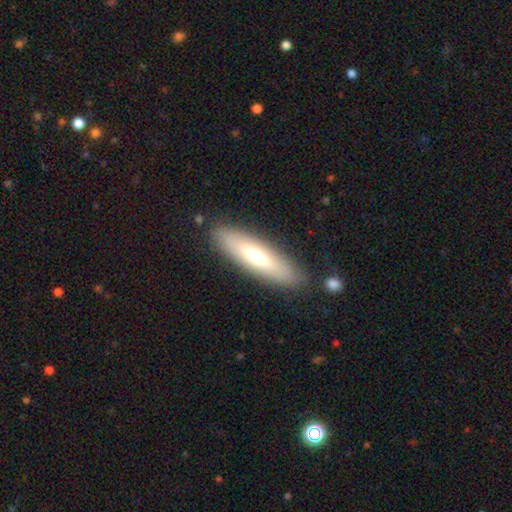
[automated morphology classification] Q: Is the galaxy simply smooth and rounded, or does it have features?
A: smooth — 59%.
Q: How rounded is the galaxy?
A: cigar-shaped — 65%.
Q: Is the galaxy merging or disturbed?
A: none — 86%.